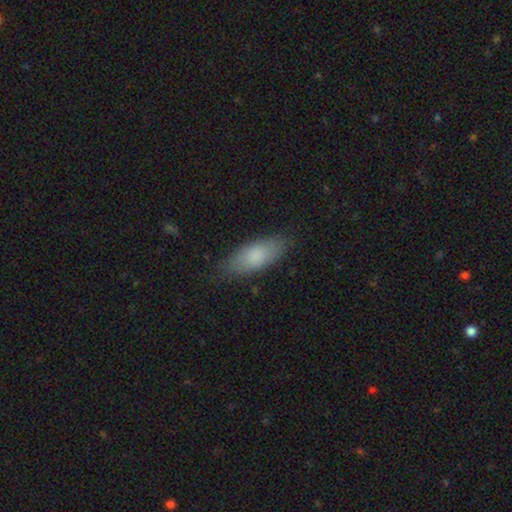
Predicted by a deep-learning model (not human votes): A smooth galaxy with no disk features (82%) that is in between round and cigar-shaped (79%).

Vote fractions:
- Smooth or featured? smooth: 82% / featured or disk: 12% / star or artifact: 6%
- How rounded? in between: 79% / cigar-shaped: 18% / round: 2%
- Merging? none: 78% / minor disturbance: 17% / major disturbance: 4% / merger: 1%